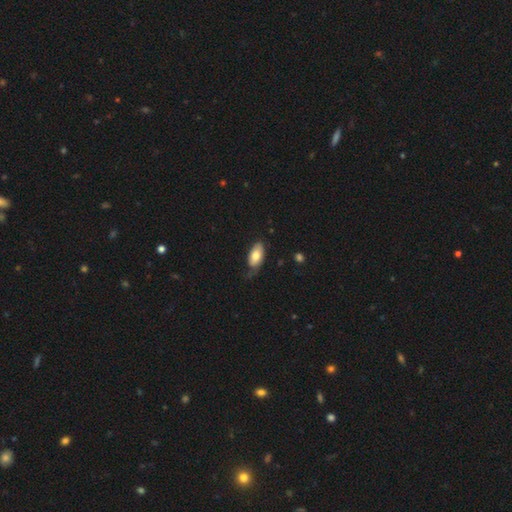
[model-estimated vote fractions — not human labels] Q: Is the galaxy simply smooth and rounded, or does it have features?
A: smooth — 74%.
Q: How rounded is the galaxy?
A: in between — 93%.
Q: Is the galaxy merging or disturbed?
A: none — 51%.